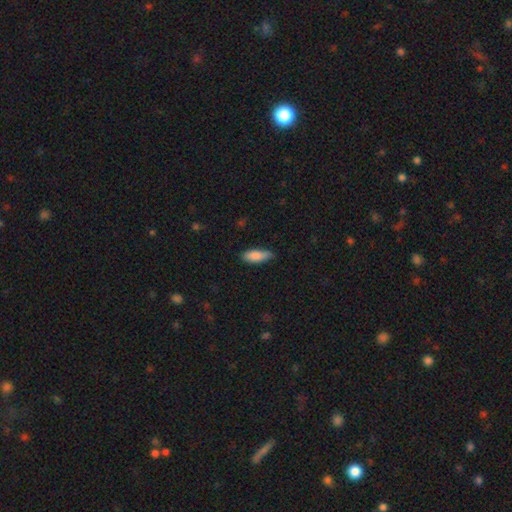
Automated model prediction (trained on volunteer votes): Smooth or featured? smooth (86%)
How rounded? in between (70%)
Merging? none (73%)